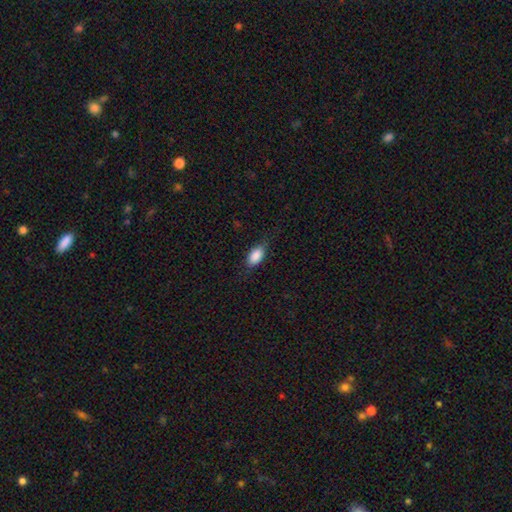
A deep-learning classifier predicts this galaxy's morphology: Smooth or featured? Predicted: smooth (p=0.86). How rounded? Predicted: in between (p=0.90). Merging? Predicted: none (p=0.76).